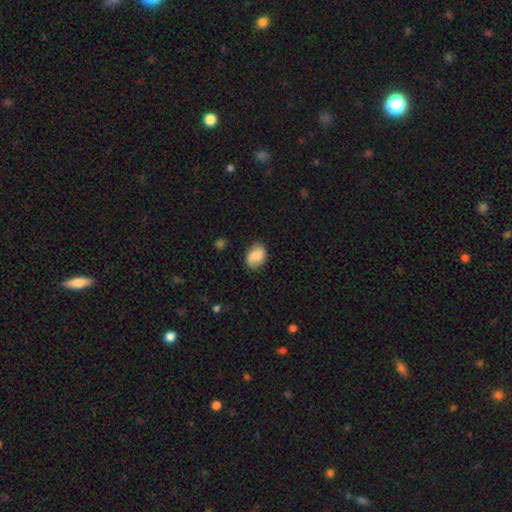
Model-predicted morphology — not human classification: This is likely a smooth galaxy (78%). How rounded: likely in between (71%). Merging: likely none (79%).